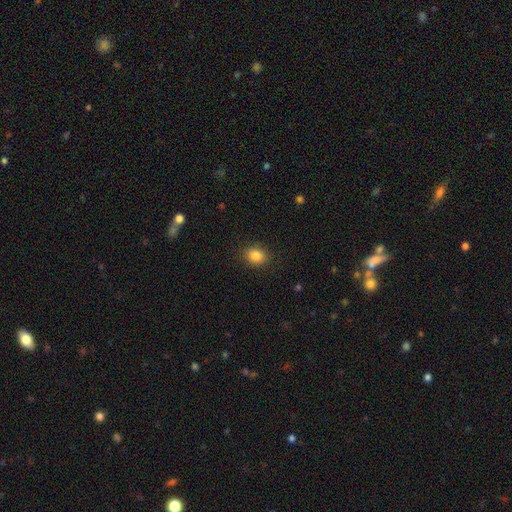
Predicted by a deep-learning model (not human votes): smooth-or-featured: smooth: 85% | star or artifact: 10% | featured or disk: 5%
  how-rounded: round: 53% | in between: 46% | cigar-shaped: 1%
  merging: none: 88% | minor disturbance: 8% | major disturbance: 2% | merger: 1%